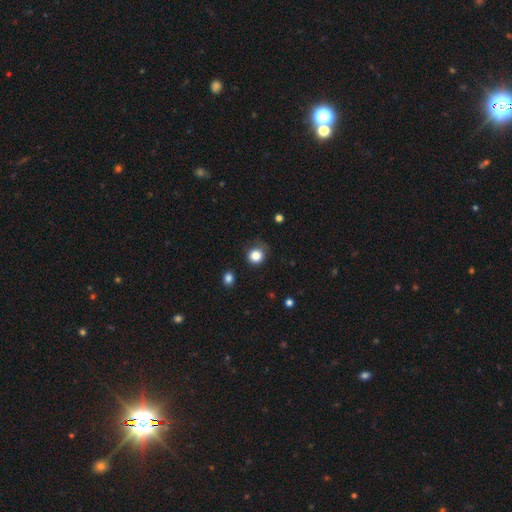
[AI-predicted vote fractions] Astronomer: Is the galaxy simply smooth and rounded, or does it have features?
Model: smooth — 84%.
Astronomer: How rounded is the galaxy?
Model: round — 88%.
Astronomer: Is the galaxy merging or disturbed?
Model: none — 76%.